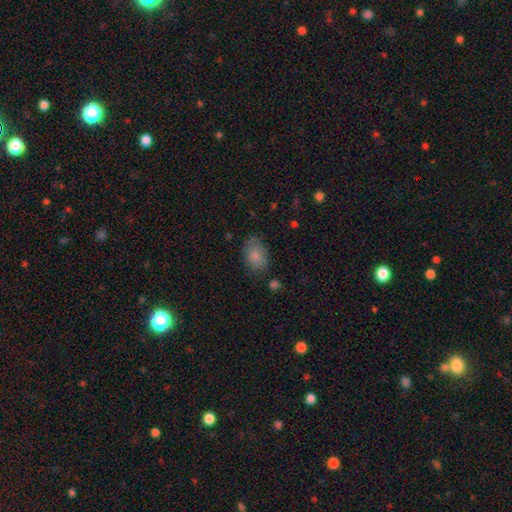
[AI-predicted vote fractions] smooth 82%, featured or disk 10%, star or artifact 8%. Down the decision tree: how rounded — in between (87%); merging — none (70%).